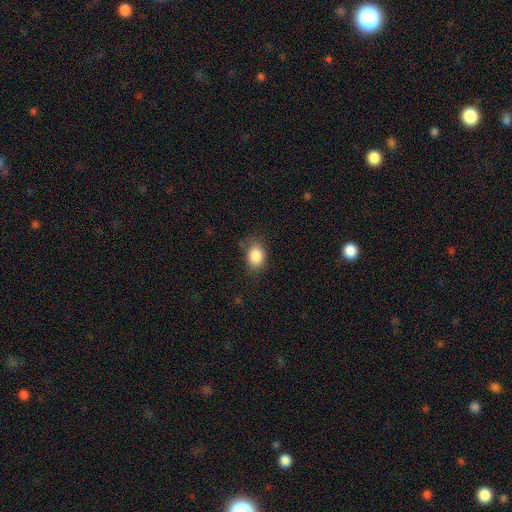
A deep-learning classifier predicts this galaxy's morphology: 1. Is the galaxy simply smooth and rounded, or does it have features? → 86% smooth, 8% star or artifact, 5% featured or disk.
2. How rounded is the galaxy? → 68% in between, 31% round, 1% cigar-shaped.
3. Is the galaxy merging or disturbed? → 70% none, 22% minor disturbance, 6% major disturbance, 1% merger.